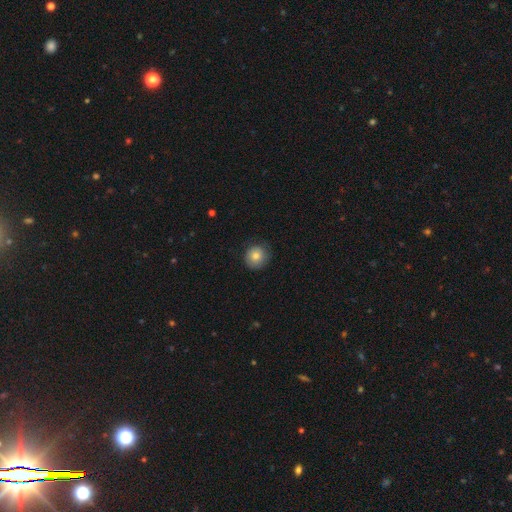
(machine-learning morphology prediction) A smooth galaxy with no disk features (77%) that is round (92%).

Vote fractions:
- Smooth or featured? smooth: 77% / featured or disk: 15% / star or artifact: 9%
- How rounded? round: 92% / in between: 7% / cigar-shaped: 1%
- Merging? none: 79% / minor disturbance: 16% / major disturbance: 5% / merger: 1%